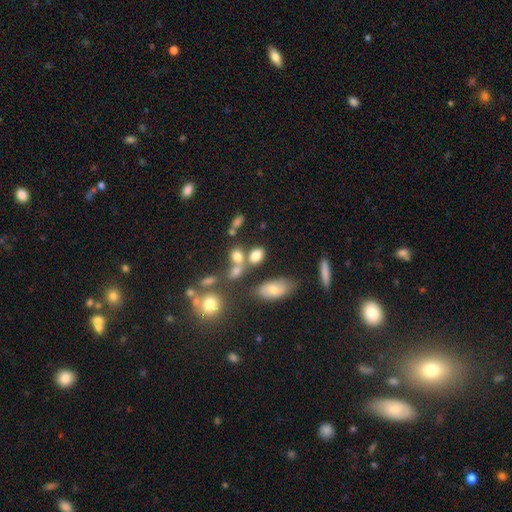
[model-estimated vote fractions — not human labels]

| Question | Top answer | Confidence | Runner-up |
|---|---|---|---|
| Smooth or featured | smooth | 75% | featured or disk (13%) |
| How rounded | in between | 71% | round (26%) |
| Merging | none | 48% | merger (32%) |